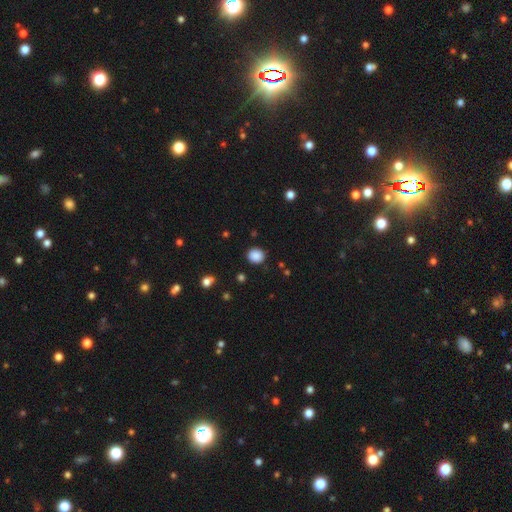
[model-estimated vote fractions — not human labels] Smooth or featured?
  - smooth: 87% *
  - star or artifact: 10%
  - featured or disk: 3%
How rounded?
  - round: 82% *
  - in between: 17%
  - cigar-shaped: 1%
Merging?
  - none: 88% *
  - minor disturbance: 8%
  - major disturbance: 2%
  - merger: 1%